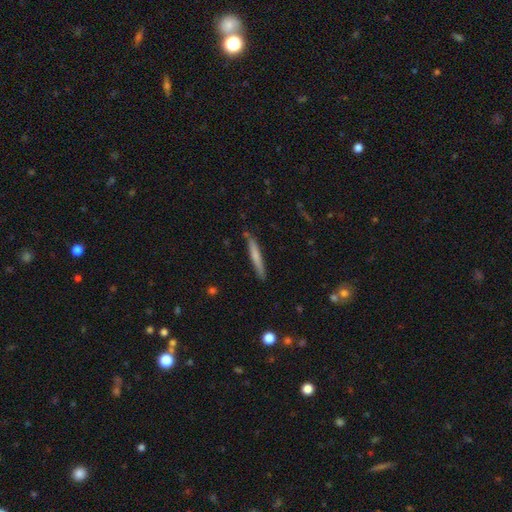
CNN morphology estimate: smooth_or_featured: smooth (p=0.63) [alt: featured or disk p=0.31]
how_rounded: cigar-shaped (p=0.96) [alt: in between p=0.03]
merging: none (p=0.86) [alt: minor disturbance p=0.10]